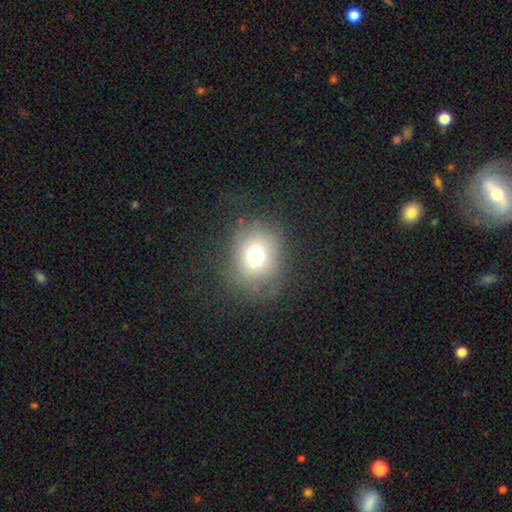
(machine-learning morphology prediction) Smooth or featured? Predicted: smooth (p=0.69). How rounded? Predicted: round (p=0.70). Merging? Predicted: none (p=0.72).